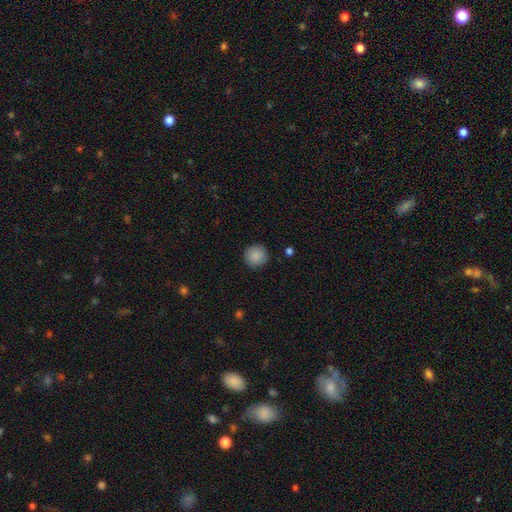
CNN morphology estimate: Q: Smooth or featured?
A: smooth (88%); runner-up: star or artifact (7%)
Q: How rounded?
A: round (95%); runner-up: in between (4%)
Q: Merging?
A: none (90%); runner-up: minor disturbance (7%)